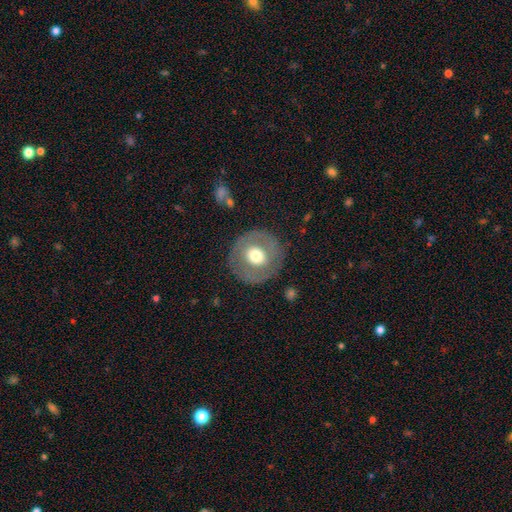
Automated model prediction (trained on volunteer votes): A smooth galaxy with no disk features (54%) that is round (93%).

Vote fractions:
- Smooth or featured? smooth: 54% / featured or disk: 39% / star or artifact: 7%
- How rounded? round: 93% / in between: 6% / cigar-shaped: 1%
- Merging? none: 84% / minor disturbance: 9% / major disturbance: 5% / merger: 1%